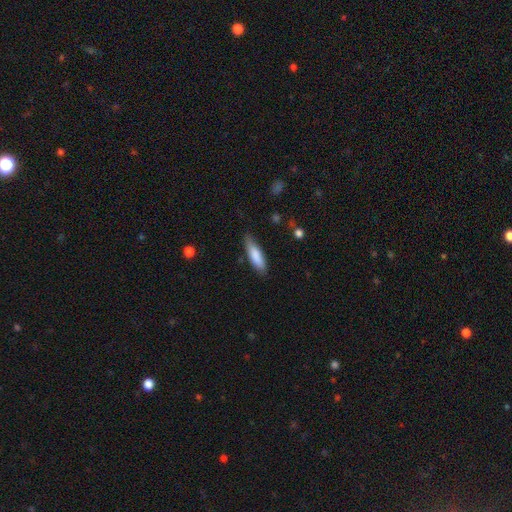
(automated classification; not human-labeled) The model was most divided on "how rounded": cigar-shaped: 55%, in between: 43%, round: 2%. More confident: smooth or featured — smooth (83%); merging — none (75%).